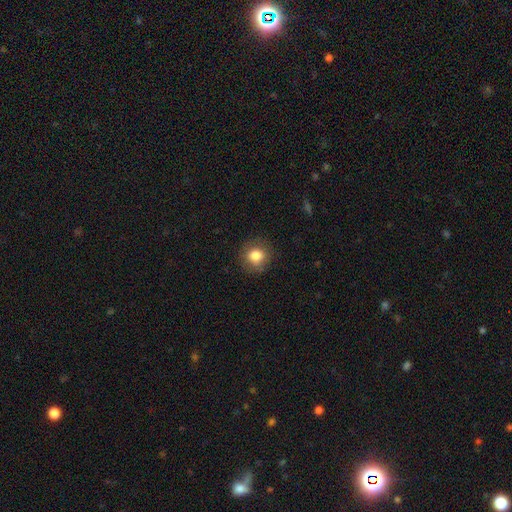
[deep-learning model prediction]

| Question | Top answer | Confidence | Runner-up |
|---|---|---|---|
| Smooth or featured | smooth | 82% | star or artifact (10%) |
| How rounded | round | 85% | in between (14%) |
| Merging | none | 85% | minor disturbance (11%) |